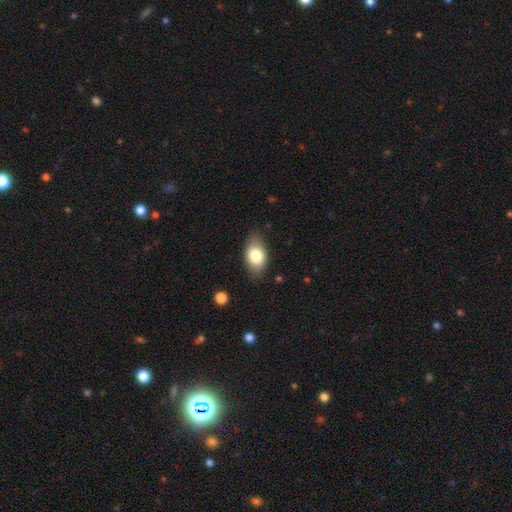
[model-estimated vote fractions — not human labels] This appears to be a smooth galaxy with no disk features (79%) that is in between round and cigar-shaped (89%). Merging: none (81%).